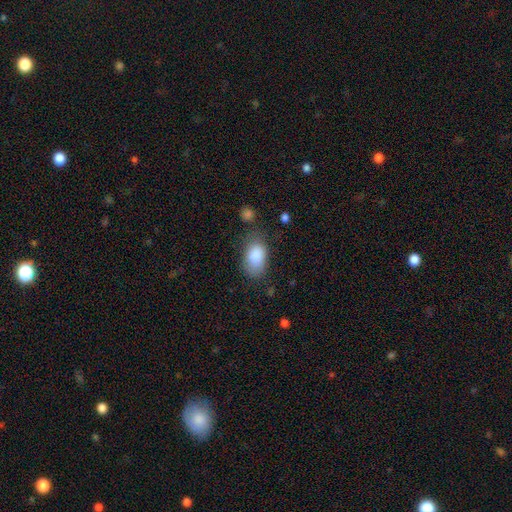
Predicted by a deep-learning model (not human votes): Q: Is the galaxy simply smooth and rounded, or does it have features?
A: smooth — 86%.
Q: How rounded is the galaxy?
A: in between — 91%.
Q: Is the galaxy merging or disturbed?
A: none — 63%.